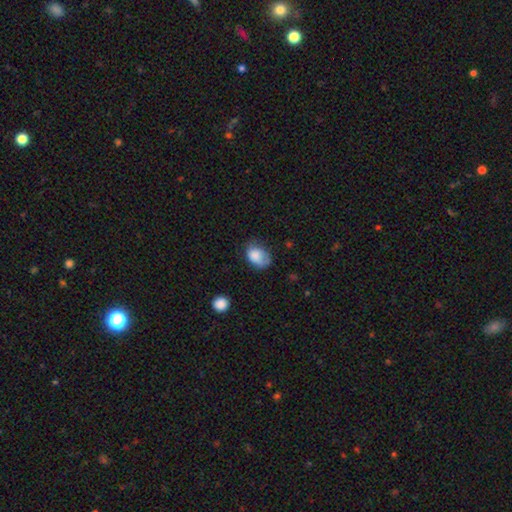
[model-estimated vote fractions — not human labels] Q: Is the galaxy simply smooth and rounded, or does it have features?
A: smooth — 81%.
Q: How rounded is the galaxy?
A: in between — 71%.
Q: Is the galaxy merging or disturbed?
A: none — 43%.